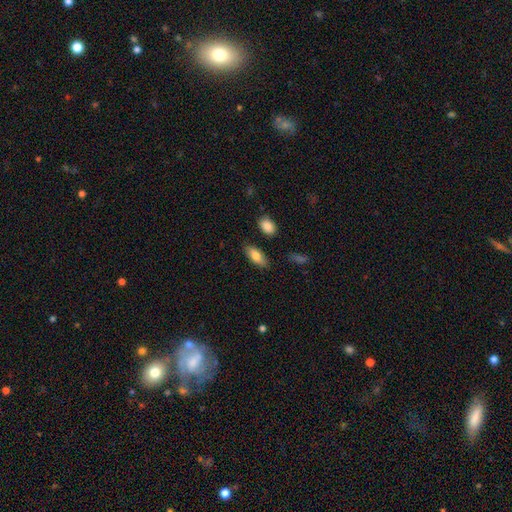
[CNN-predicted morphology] smooth_or_featured: smooth (p=0.79) [alt: featured or disk p=0.14]
how_rounded: in between (p=0.82) [alt: cigar-shaped p=0.15]
merging: none (p=0.83) [alt: minor disturbance p=0.11]